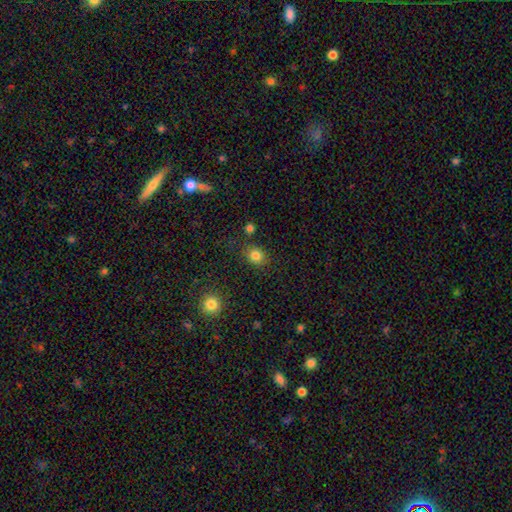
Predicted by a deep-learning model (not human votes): Morphology: type=smooth (82%); roundness=round (69%); merging=none (81%).